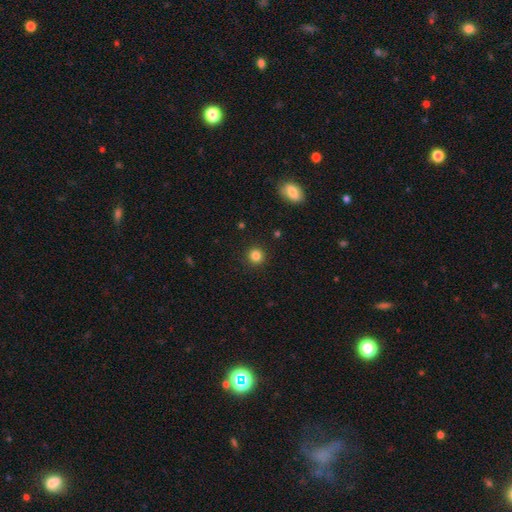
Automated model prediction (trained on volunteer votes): The model was most divided on "smooth or featured": smooth: 84%, star or artifact: 12%, featured or disk: 4%. More confident: how rounded — round (94%); merging — none (92%).